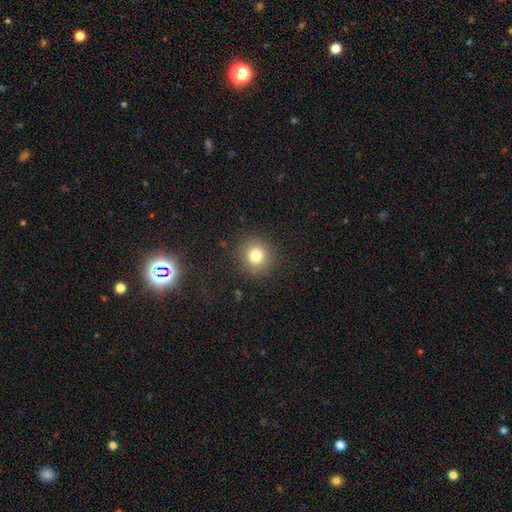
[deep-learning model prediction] This is likely a smooth galaxy (79%). How rounded: clearly round (90%). Merging: clearly none (88%).